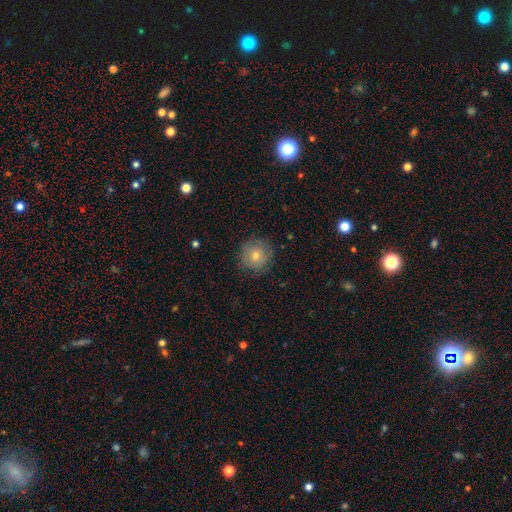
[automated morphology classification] A smooth galaxy with no disk features (62%) that is round (94%). Merging: none (85%).